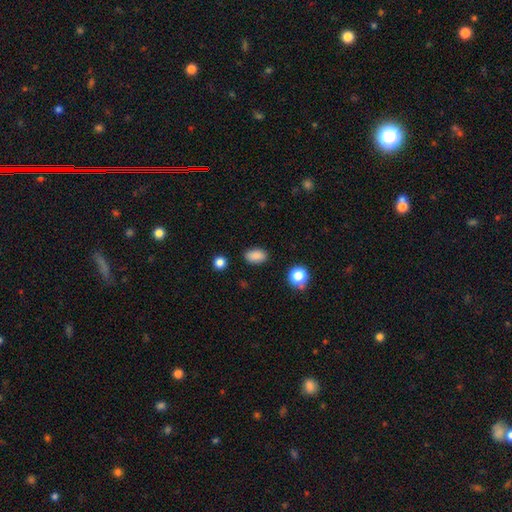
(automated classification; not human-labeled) This appears to be a smooth galaxy with no disk features (86%) that is in between round and cigar-shaped (86%). Merging: none (86%).